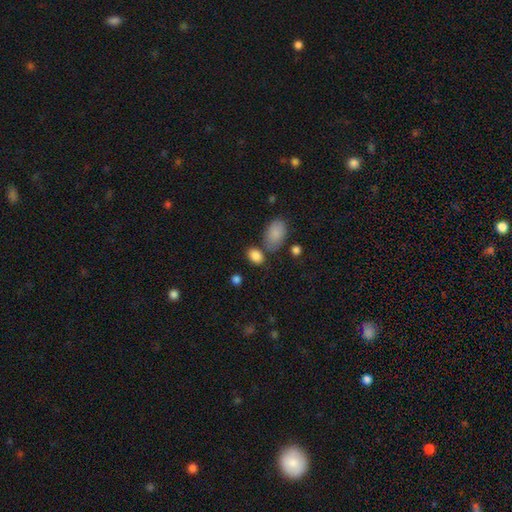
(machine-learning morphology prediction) The model was most divided on "merging": none: 66%, minor disturbance: 15%, merger: 14%, major disturbance: 5%. More confident: smooth or featured — smooth (86%); how rounded — in between (78%).